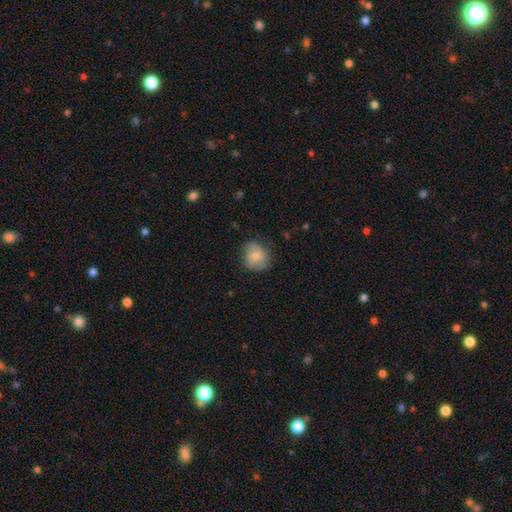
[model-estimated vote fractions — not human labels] Smooth or featured? Predicted: smooth (p=0.65). How rounded? Predicted: round (p=0.75). Merging? Predicted: none (p=0.69).